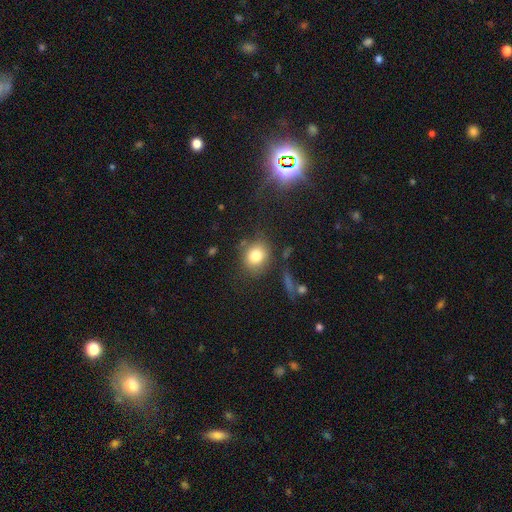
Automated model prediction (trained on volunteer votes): The model was most divided on "how rounded": round: 71%, in between: 28%, cigar-shaped: 1%. More confident: smooth or featured — smooth (79%); merging — none (73%).